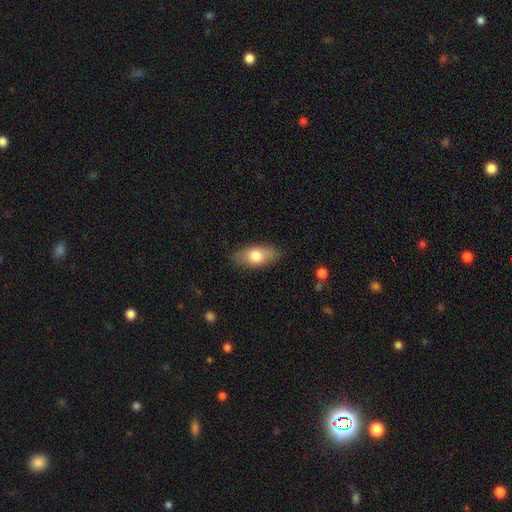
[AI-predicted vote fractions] Smooth or featured?
  - smooth: 75% *
  - featured or disk: 19%
  - star or artifact: 6%
How rounded?
  - in between: 86% *
  - cigar-shaped: 10%
  - round: 4%
Merging?
  - none: 85% *
  - minor disturbance: 11%
  - major disturbance: 3%
  - merger: 1%